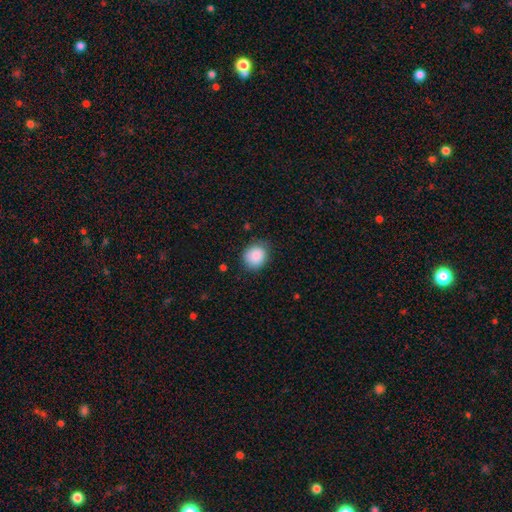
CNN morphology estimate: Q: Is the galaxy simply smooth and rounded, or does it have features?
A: smooth — 87%.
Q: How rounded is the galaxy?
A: round — 77%.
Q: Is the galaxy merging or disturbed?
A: none — 80%.